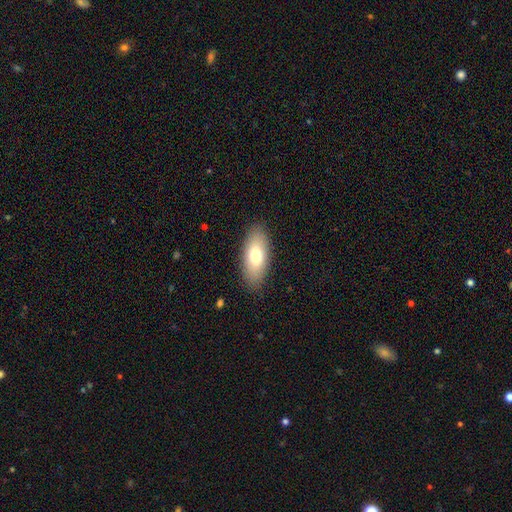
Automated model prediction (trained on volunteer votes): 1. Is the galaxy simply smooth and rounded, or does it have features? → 74% smooth, 19% featured or disk, 7% star or artifact.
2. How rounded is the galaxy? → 87% in between, 11% cigar-shaped, 3% round.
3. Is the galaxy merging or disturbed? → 87% none, 10% minor disturbance, 3% major disturbance, 1% merger.